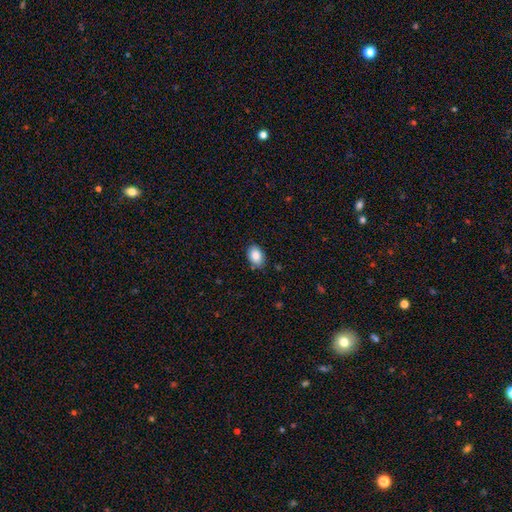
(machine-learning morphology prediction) A smooth galaxy with no disk features (87%) that is in between round and cigar-shaped (83%).

Vote fractions:
- Smooth or featured? smooth: 87% / star or artifact: 7% / featured or disk: 6%
- How rounded? in between: 83% / round: 16% / cigar-shaped: 1%
- Merging? none: 84% / minor disturbance: 12% / major disturbance: 2% / merger: 1%